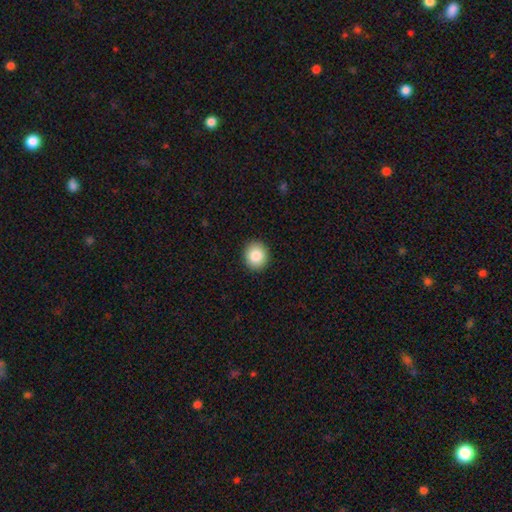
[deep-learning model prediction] A smooth galaxy with no disk features (85%) that is round (77%). Merging: none (92%).